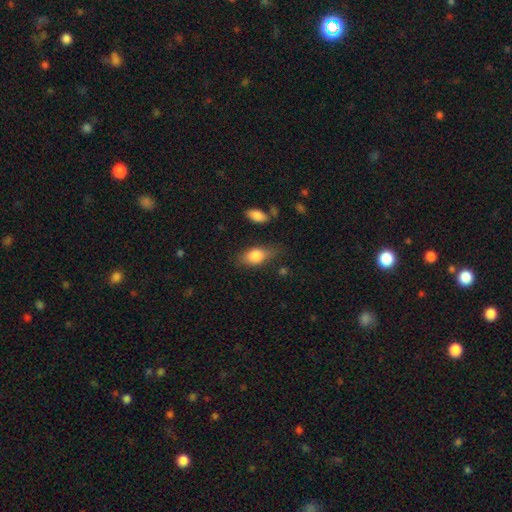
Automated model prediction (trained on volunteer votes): Smooth or featured? smooth (81%)
How rounded? in between (83%)
Merging? none (63%)